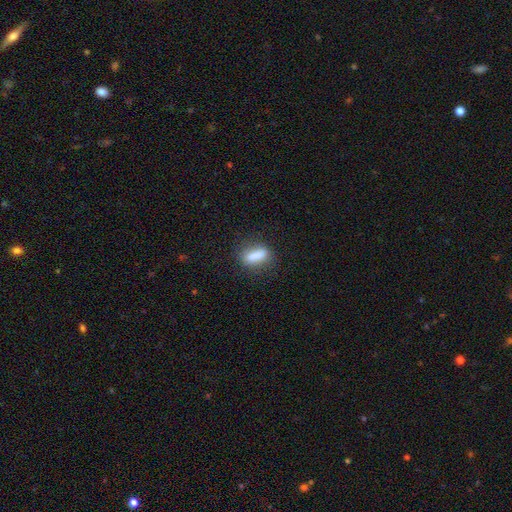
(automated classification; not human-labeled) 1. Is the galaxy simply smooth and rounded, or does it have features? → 77% smooth, 13% featured or disk, 9% star or artifact.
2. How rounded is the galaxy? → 53% in between, 40% cigar-shaped, 7% round.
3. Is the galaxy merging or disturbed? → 75% none, 16% minor disturbance, 6% major disturbance, 3% merger.